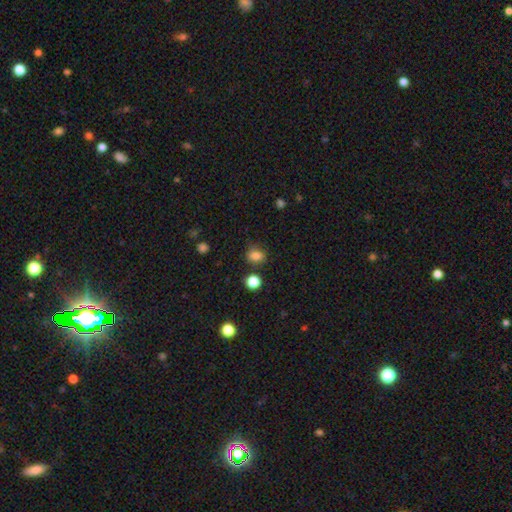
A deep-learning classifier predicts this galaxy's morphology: type=smooth (82%); roundness=round (49%, tied with in between); merging=none (75%).